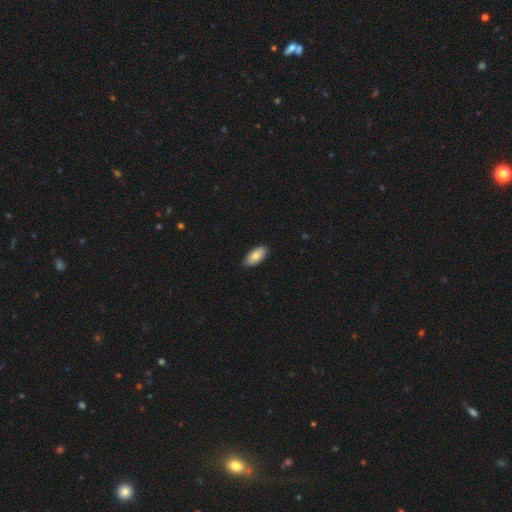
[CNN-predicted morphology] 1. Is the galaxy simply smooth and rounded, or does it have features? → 83% smooth, 11% featured or disk, 6% star or artifact.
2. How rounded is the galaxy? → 91% in between, 7% cigar-shaped, 2% round.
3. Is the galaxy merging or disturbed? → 88% none, 9% minor disturbance, 2% major disturbance, 1% merger.